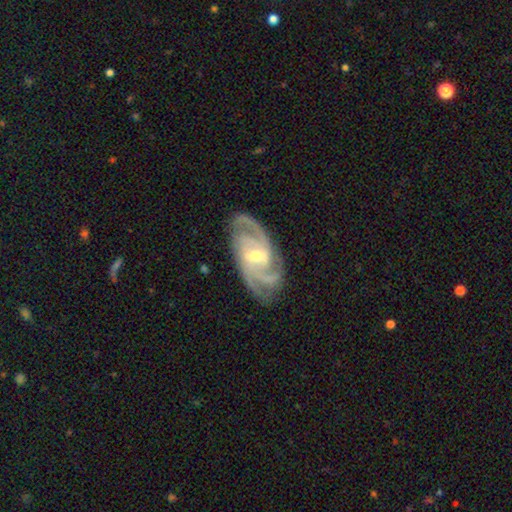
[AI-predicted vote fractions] featured or disk 91%, smooth 5%, star or artifact 4%. Down the decision tree: edge-on disk — no (96%); bar — weak (51%); spiral arms — yes (98%); spiral arm count — 3 (47%); spiral winding — tight (48%); bulge size — moderate (53%); merging — none (80%).